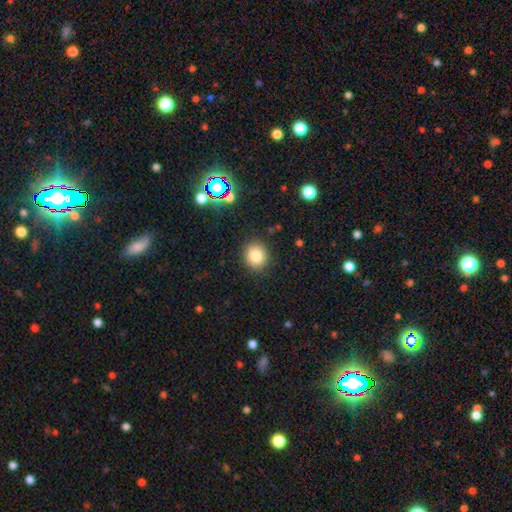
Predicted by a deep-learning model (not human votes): The model was most divided on "how rounded": round: 79%, in between: 20%, cigar-shaped: 1%. More confident: merging — none (88%); smooth or featured — smooth (81%).